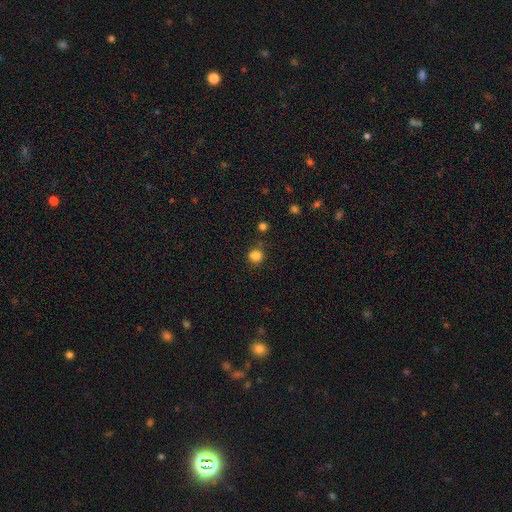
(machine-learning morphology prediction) smooth-or-featured: smooth: 83% | star or artifact: 13% | featured or disk: 4%
  how-rounded: round: 90% | in between: 9% | cigar-shaped: 1%
  merging: none: 81% | minor disturbance: 11% | merger: 4% | major disturbance: 3%